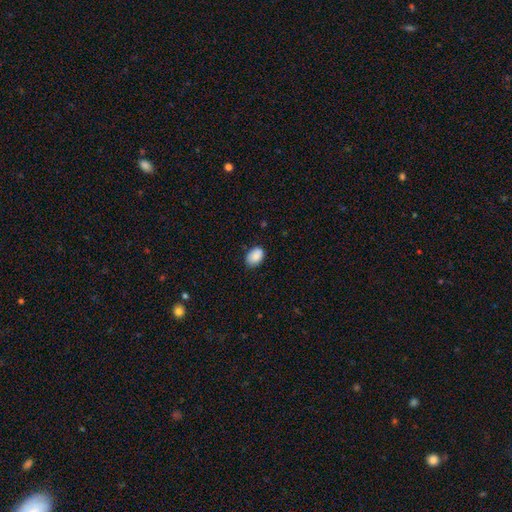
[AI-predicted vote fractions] This is clearly a smooth galaxy (88%). How rounded: clearly in between (83%). Merging: likely none (78%).